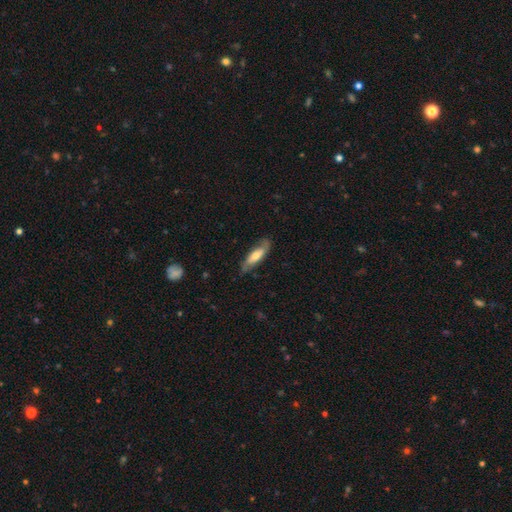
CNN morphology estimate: Q: Smooth or featured?
A: smooth (50%); runner-up: featured or disk (45%)
Q: Merging?
A: none (74%); runner-up: minor disturbance (20%)